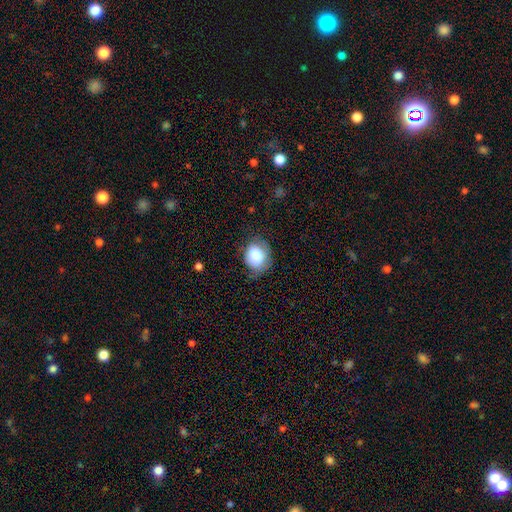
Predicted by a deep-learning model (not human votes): This appears to be a smooth galaxy with no disk features (80%) that is in between round and cigar-shaped (55%). Merging: none (62%).